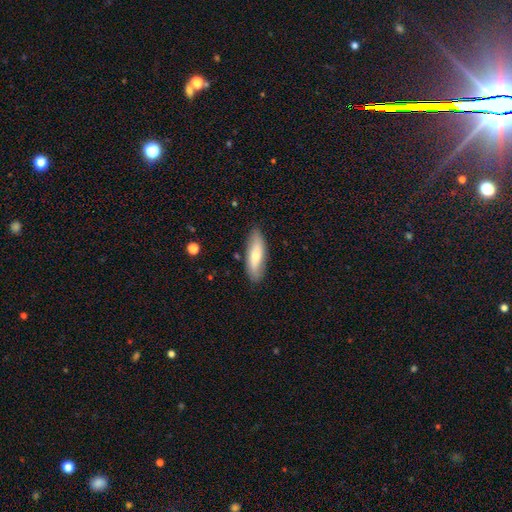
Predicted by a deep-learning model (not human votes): This is likely a smooth galaxy (62%). How rounded: possibly in between (56%). Merging: clearly none (84%).